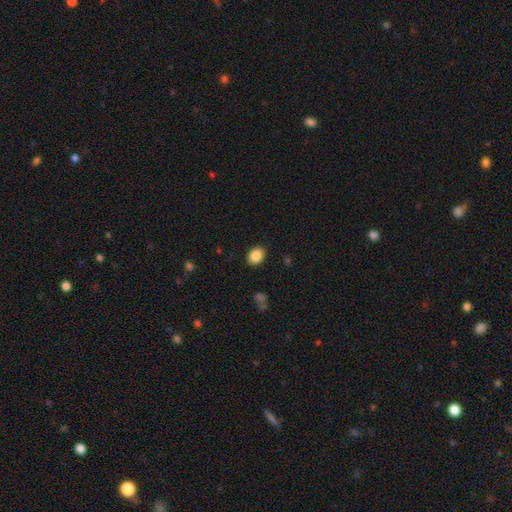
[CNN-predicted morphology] Smooth or featured: smooth — 86% (star or artifact — 8%)
How rounded: in between — 59% (round — 40%)
Merging: none — 89% (minor disturbance — 8%)